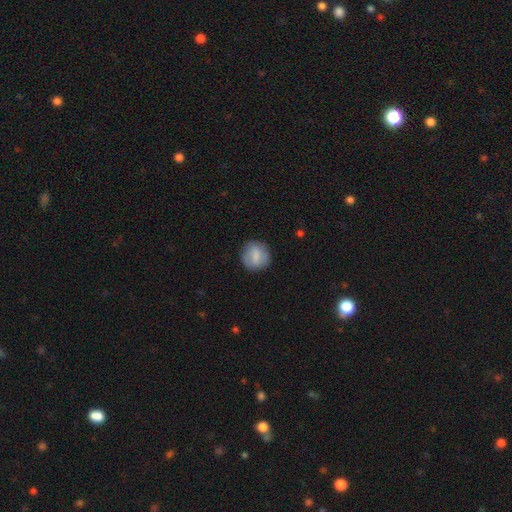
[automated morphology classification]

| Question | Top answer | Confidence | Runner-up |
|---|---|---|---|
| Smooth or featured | smooth | 76% | featured or disk (17%) |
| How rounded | round | 87% | in between (12%) |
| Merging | none | 84% | minor disturbance (12%) |